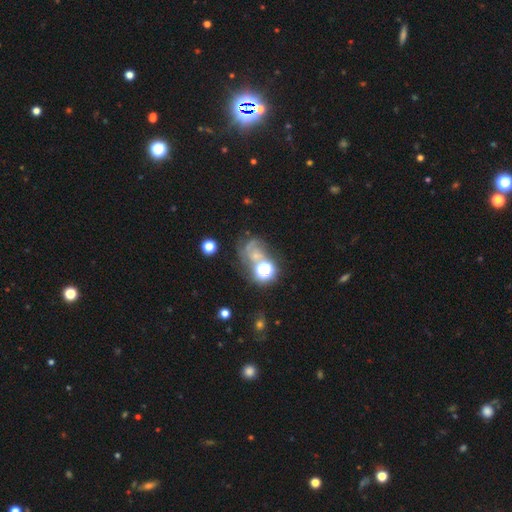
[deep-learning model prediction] Overall: featured or disk (37%; star or artifact 33%). Merging: none (39%; major disturbance 26%).